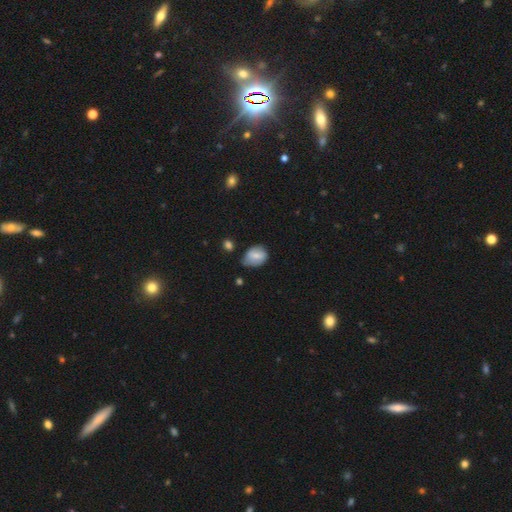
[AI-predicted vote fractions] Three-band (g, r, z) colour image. It shows a smooth galaxy with no disk features (67%) that is in between round and cigar-shaped (62%). Merging: none (53%).